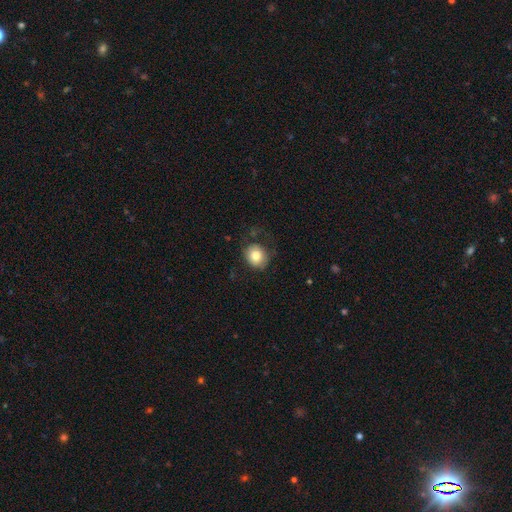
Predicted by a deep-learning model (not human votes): Smooth or featured? Predicted: smooth (p=0.79). How rounded? Predicted: round (p=0.77). Merging? Predicted: none (p=0.69).